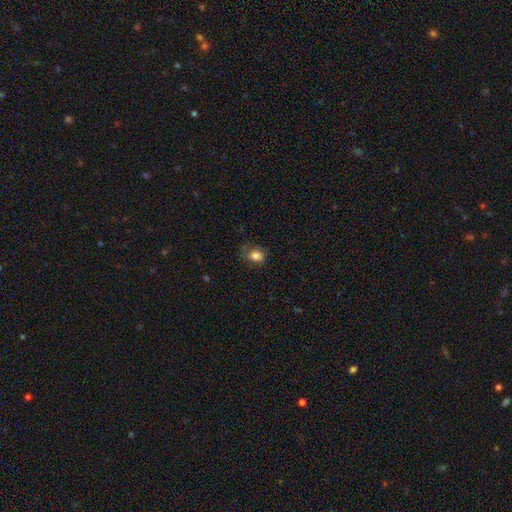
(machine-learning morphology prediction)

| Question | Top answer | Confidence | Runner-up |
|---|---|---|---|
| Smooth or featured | smooth | 81% | star or artifact (10%) |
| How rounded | in between | 57% | round (42%) |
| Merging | none | 60% | minor disturbance (25%) |